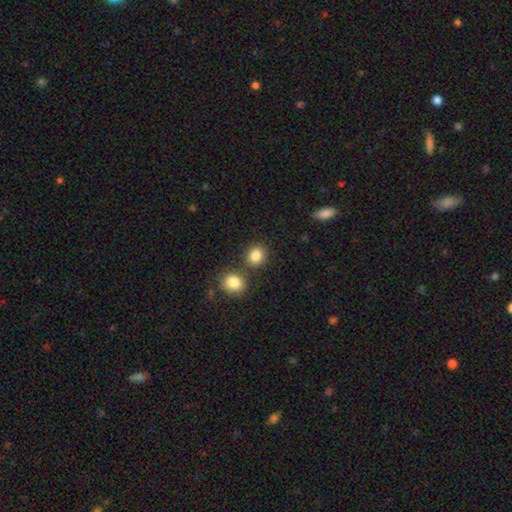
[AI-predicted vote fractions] A smooth galaxy with no disk features (85%) that is round (80%). Merging: none (73%).